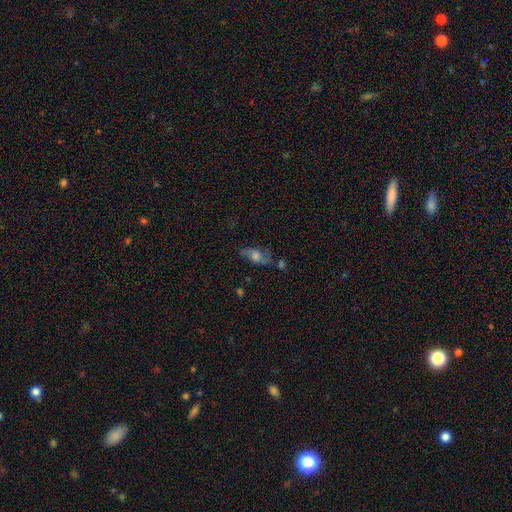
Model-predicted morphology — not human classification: A smooth galaxy with no disk features (44%, tied with featured or disk).

Vote fractions:
- Smooth or featured? smooth: 44% (tied) / featured or disk: 44% (tied) / star or artifact: 12%
- Merging? none: 58% / minor disturbance: 23% / major disturbance: 12% / merger: 7%